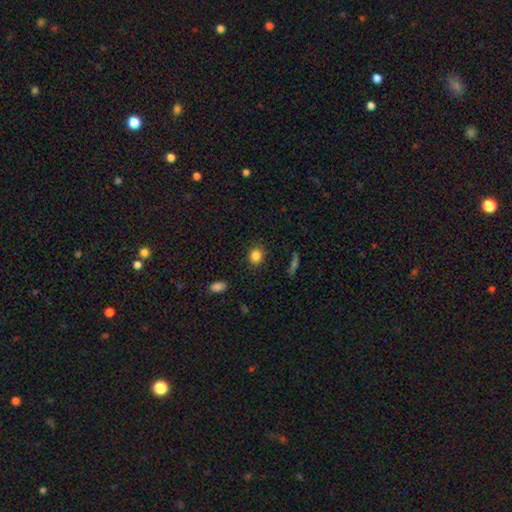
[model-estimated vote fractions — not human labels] A smooth galaxy with no disk features (85%) that is round (70%).

Vote fractions:
- Smooth or featured? smooth: 85% / star or artifact: 10% / featured or disk: 5%
- How rounded? round: 70% / in between: 28% / cigar-shaped: 1%
- Merging? none: 86% / minor disturbance: 10% / major disturbance: 3% / merger: 2%